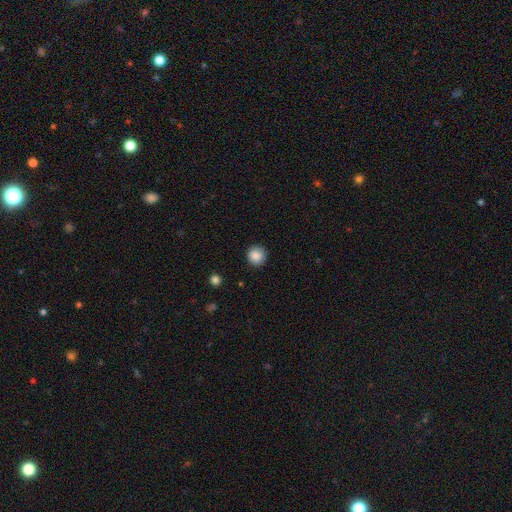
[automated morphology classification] This appears to be a smooth galaxy with no disk features (88%) that is round (93%). Merging: none (89%).